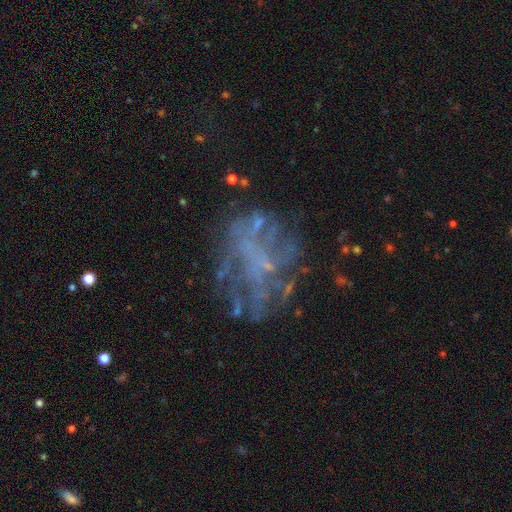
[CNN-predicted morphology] smooth-or-featured: featured or disk: 64% | star or artifact: 20% | smooth: 16%
  disk-edge-on: no: 98% | yes: 2%
    bar: no: 84% | weak: 12% | strong: 4%
    has-spiral-arms: no: 73% | yes: 27%
    bulge-size: none: 70% | small: 21% | moderate: 7% | large: 2% | dominant: 1%
  merging: none: 59% | major disturbance: 22% | minor disturbance: 16% | merger: 4%